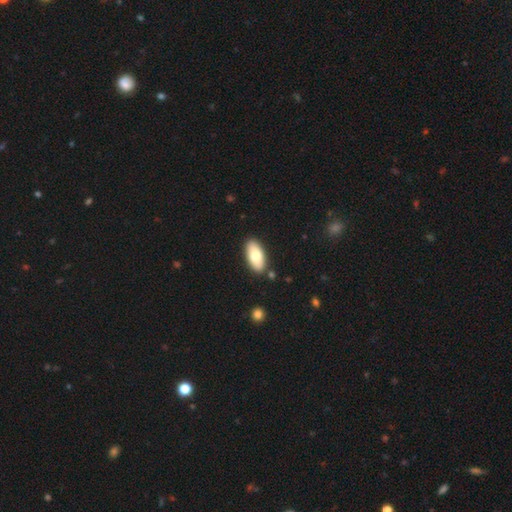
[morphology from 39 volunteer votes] Volunteers were most divided on "smooth or featured": smooth: 69%, featured or disk: 23%, star or artifact: 8%. More confident: how rounded — in between (93%); merging — none (86%).